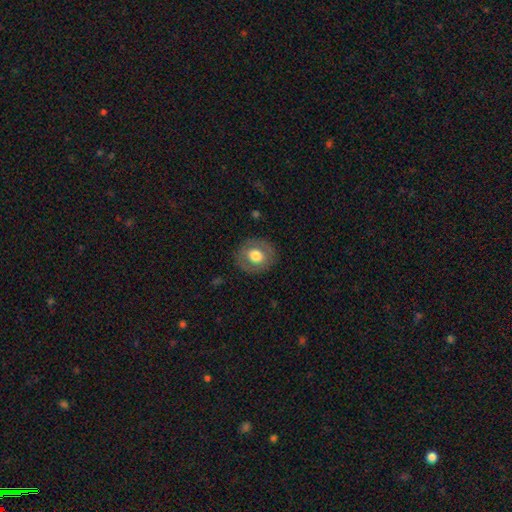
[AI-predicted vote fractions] Smooth or featured?
  - smooth: 65% *
  - featured or disk: 28%
  - star or artifact: 7%
How rounded?
  - round: 77% *
  - in between: 22%
  - cigar-shaped: 1%
Merging?
  - none: 85% *
  - minor disturbance: 10%
  - major disturbance: 4%
  - merger: 1%